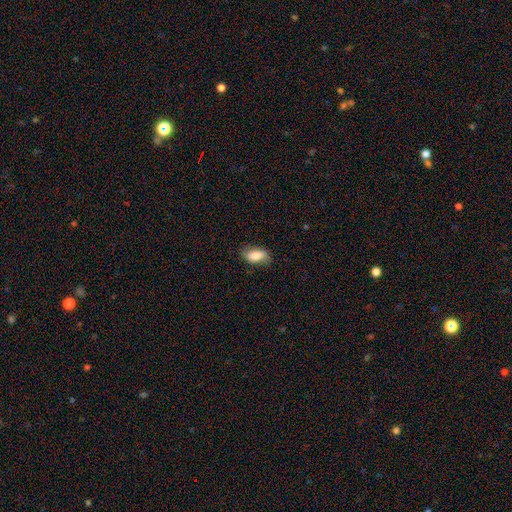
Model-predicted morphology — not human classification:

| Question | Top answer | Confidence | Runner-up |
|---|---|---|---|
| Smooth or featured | smooth | 74% | featured or disk (19%) |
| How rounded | in between | 89% | cigar-shaped (6%) |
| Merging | none | 75% | minor disturbance (19%) |